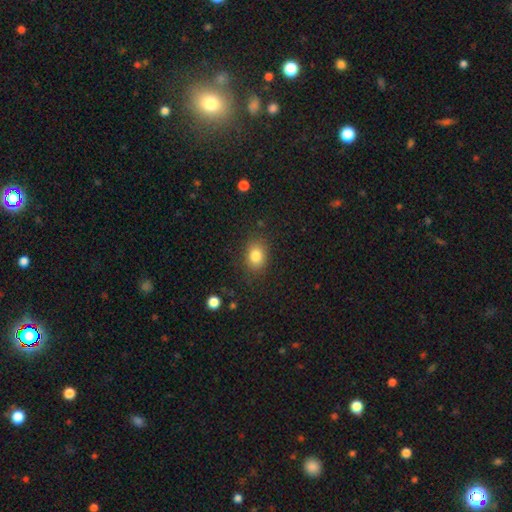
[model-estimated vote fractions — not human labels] A smooth galaxy with no disk features (82%) that is in between round and cigar-shaped (62%). Merging: none (82%).